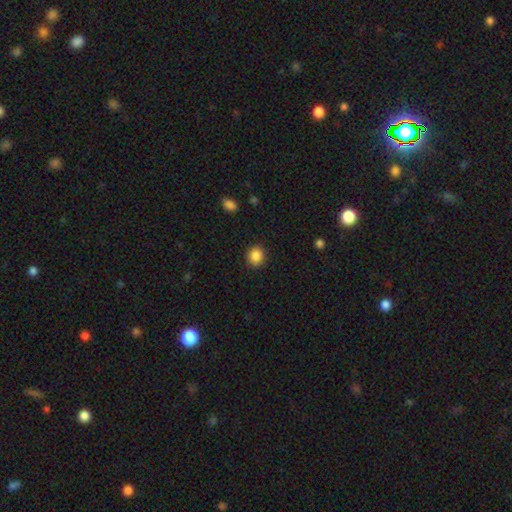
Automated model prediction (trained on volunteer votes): The model was most divided on "how rounded": round: 77%, in between: 22%, cigar-shaped: 1%. More confident: merging — none (90%); smooth or featured — smooth (87%).